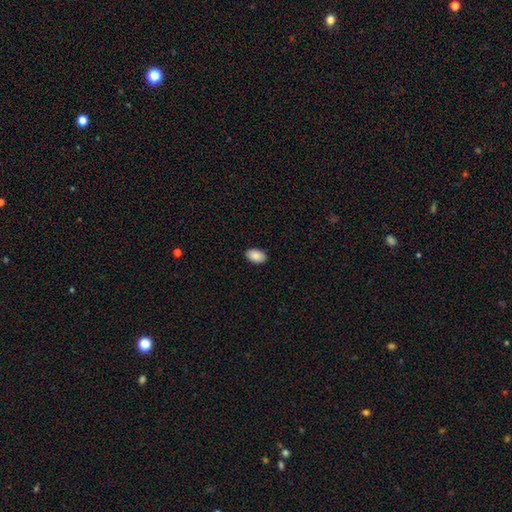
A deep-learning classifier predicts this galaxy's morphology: Q: Smooth or featured?
A: smooth (89%); runner-up: star or artifact (7%)
Q: How rounded?
A: in between (90%); runner-up: round (8%)
Q: Merging?
A: none (90%); runner-up: minor disturbance (7%)